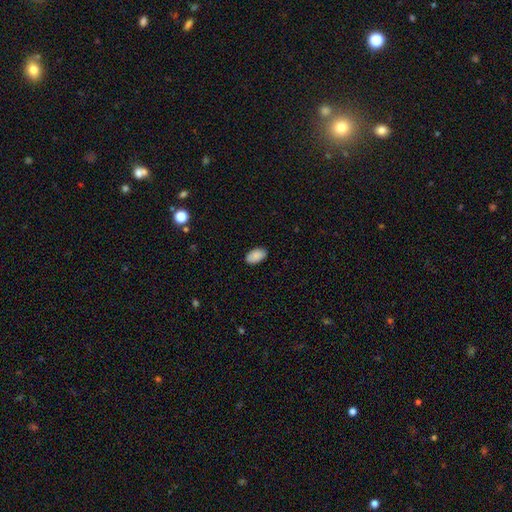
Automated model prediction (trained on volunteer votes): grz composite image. It shows a smooth galaxy with no disk features (89%) that is in between round and cigar-shaped (94%). Merging: none (88%).